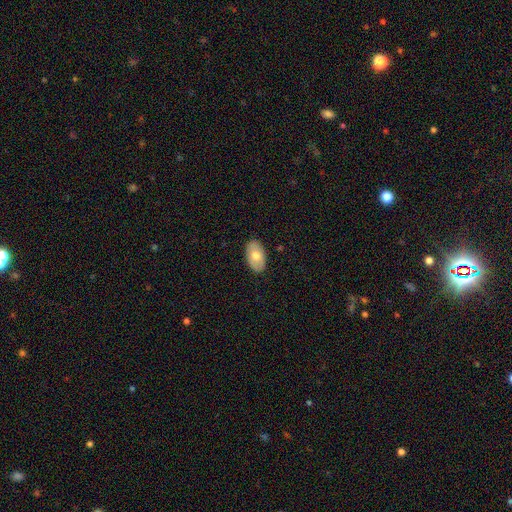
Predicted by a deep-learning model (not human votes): Smooth or featured?
  - smooth: 67% *
  - featured or disk: 27%
  - star or artifact: 6%
How rounded?
  - in between: 93% *
  - round: 5%
  - cigar-shaped: 1%
Merging?
  - none: 87% *
  - minor disturbance: 10%
  - major disturbance: 2%
  - merger: 1%